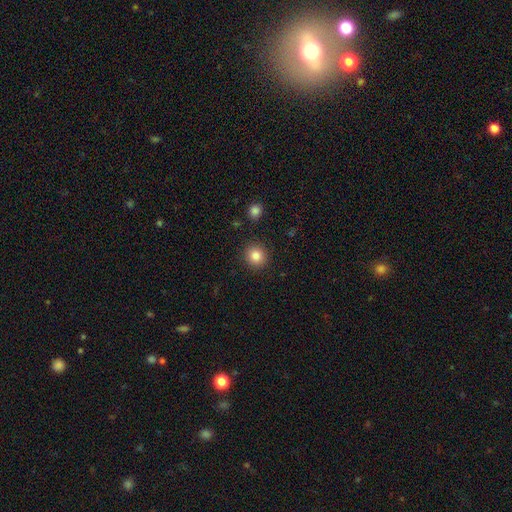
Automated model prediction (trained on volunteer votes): Q: Smooth or featured?
A: smooth (84%); runner-up: star or artifact (10%)
Q: How rounded?
A: round (91%); runner-up: in between (8%)
Q: Merging?
A: none (90%); runner-up: minor disturbance (6%)